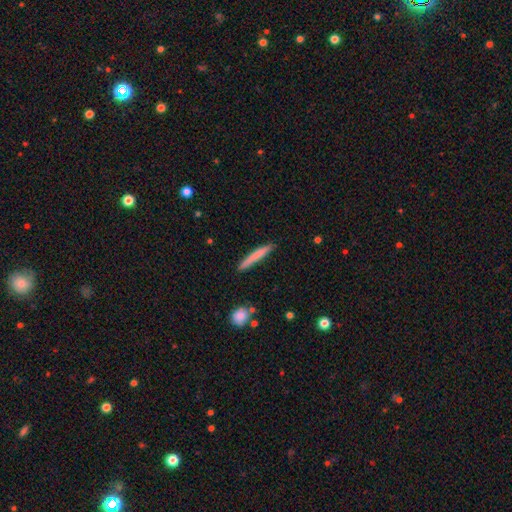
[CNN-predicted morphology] Smooth or featured? smooth (73%)
How rounded? cigar-shaped (96%)
Merging? none (87%)